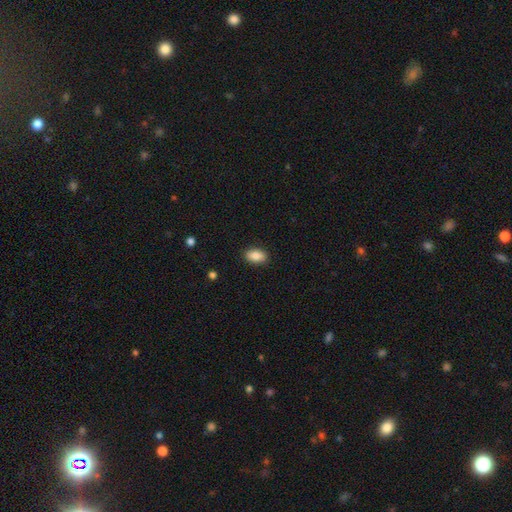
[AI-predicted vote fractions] Smooth or featured: smooth — 88% (star or artifact — 7%)
How rounded: in between — 91% (round — 7%)
Merging: none — 88% (minor disturbance — 9%)